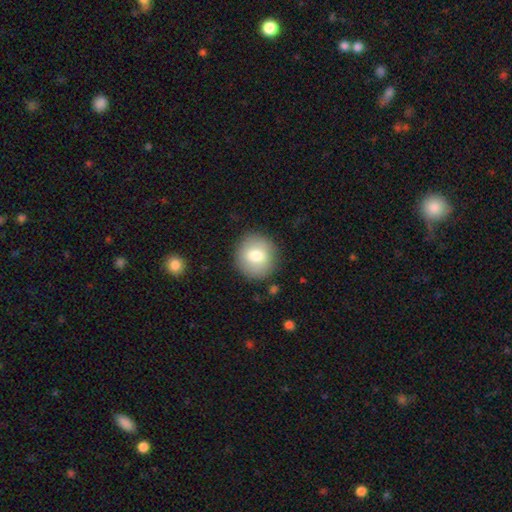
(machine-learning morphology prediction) This appears to be a smooth galaxy with no disk features (77%) that is round (90%). Merging: none (87%).